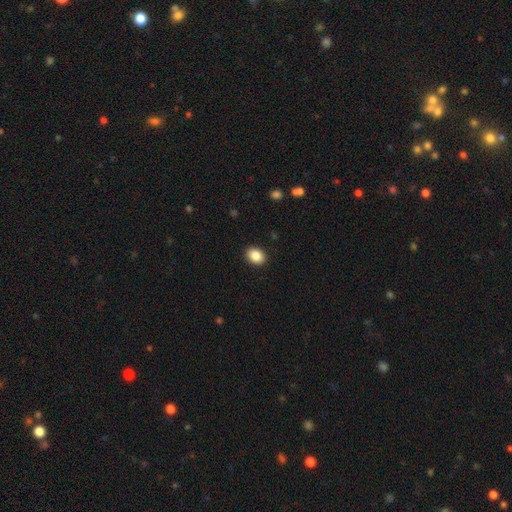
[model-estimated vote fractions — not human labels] This is clearly a smooth galaxy (88%). How rounded: possibly in between (57%). Merging: clearly none (91%).